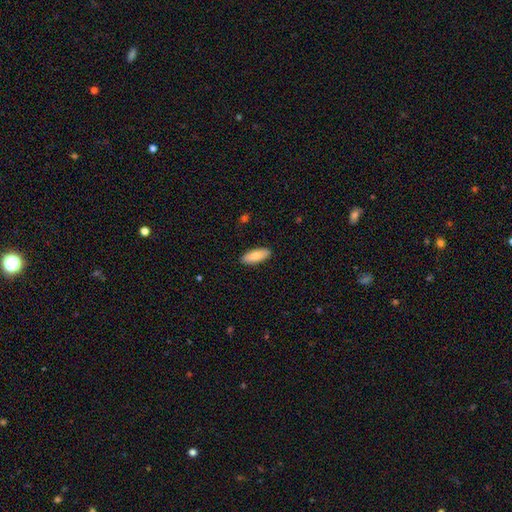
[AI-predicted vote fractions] This is clearly a smooth galaxy (83%). How rounded: likely in between (75%). Merging: clearly none (89%).